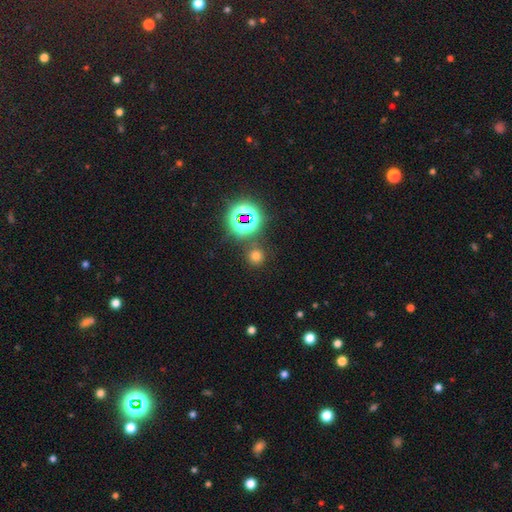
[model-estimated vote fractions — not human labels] Smooth or featured?
  - smooth: 64% *
  - star or artifact: 29%
  - featured or disk: 7%
How rounded?
  - round: 91% *
  - in between: 8%
  - cigar-shaped: 1%
Merging?
  - none: 80% *
  - merger: 8%
  - minor disturbance: 8%
  - major disturbance: 4%